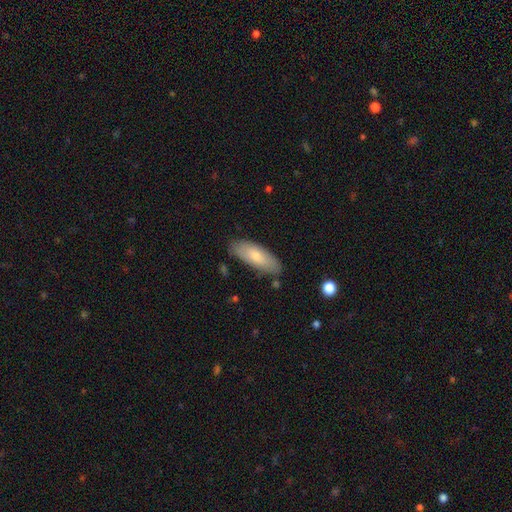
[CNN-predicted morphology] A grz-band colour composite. It shows a smooth galaxy with no disk features (67%) that is in between round and cigar-shaped (69%). Merging: none (81%).